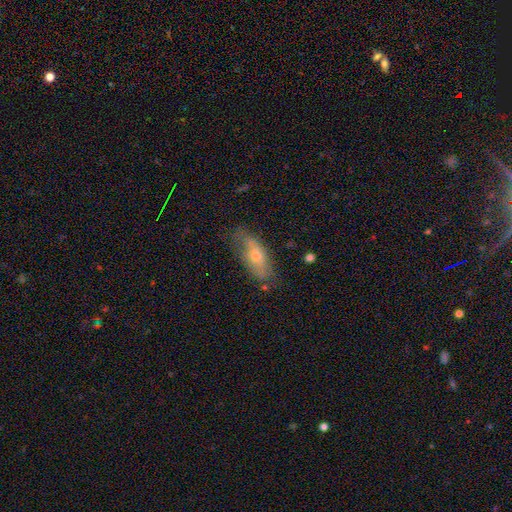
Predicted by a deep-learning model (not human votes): A smooth galaxy with no disk features (55%) that is in between round and cigar-shaped (70%). Merging: none (67%).